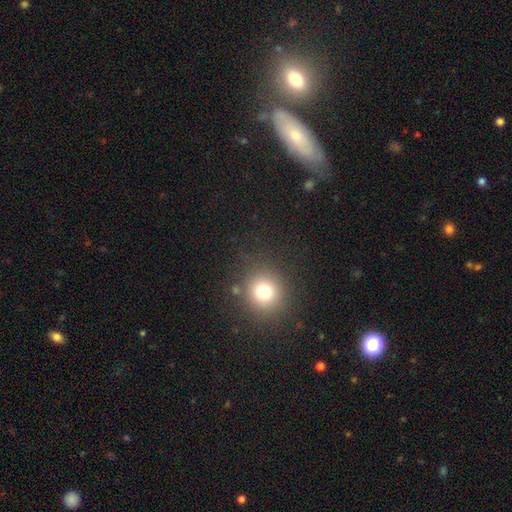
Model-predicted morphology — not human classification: The model was most divided on "smooth or featured": smooth: 57%, star or artifact: 28%, featured or disk: 15%. More confident: how rounded — round (85%); merging — none (84%).